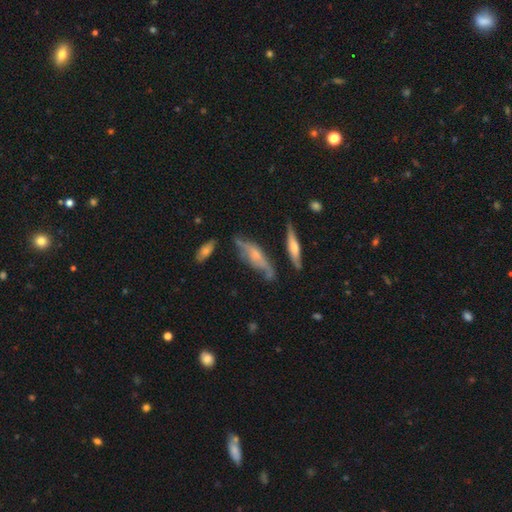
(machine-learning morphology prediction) Smooth or featured?
  - featured or disk: 60% *
  - smooth: 31%
  - star or artifact: 9%
Edge-on disk?
  - yes: 68% *
  - no: 32%
Merging?
  - none: 57% *
  - minor disturbance: 25%
  - major disturbance: 9%
  - merger: 8%